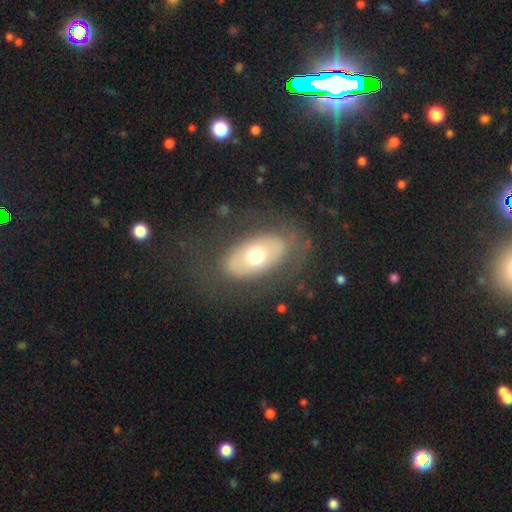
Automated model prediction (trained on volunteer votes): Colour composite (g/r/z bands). It shows a smooth galaxy with no disk features (53%) that is in between round and cigar-shaped (88%). Merging: none (77%).